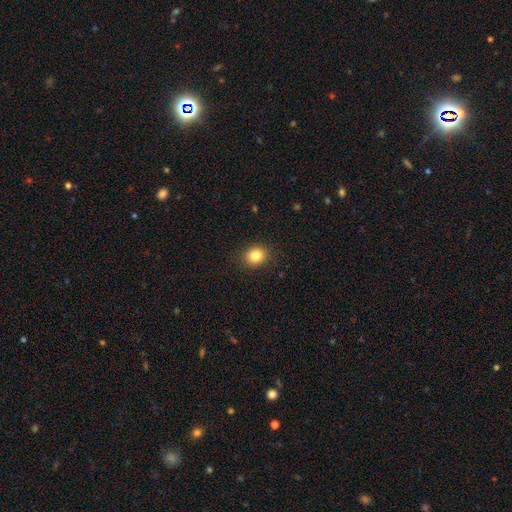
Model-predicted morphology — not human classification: A smooth galaxy with no disk features (83%) that is round (74%). Merging: none (90%).